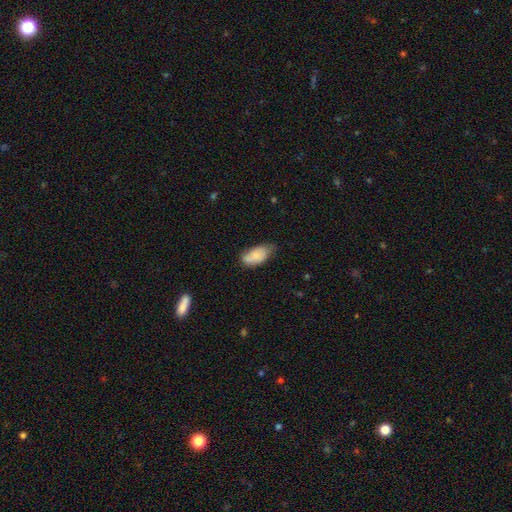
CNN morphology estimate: smooth_or_featured: smooth (p=0.78) [alt: featured or disk p=0.16]
how_rounded: in between (p=0.93) [alt: cigar-shaped p=0.04]
merging: none (p=0.51) [alt: minor disturbance p=0.38]